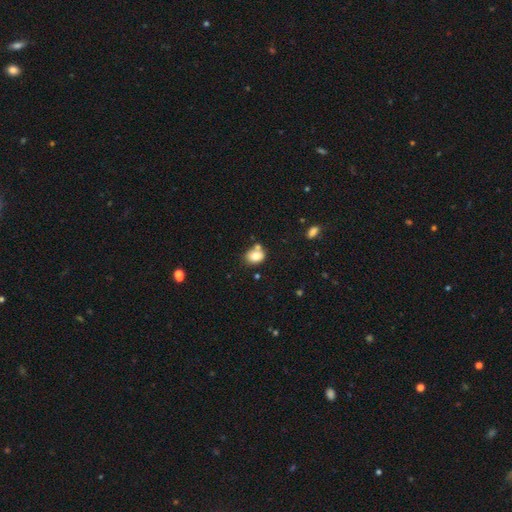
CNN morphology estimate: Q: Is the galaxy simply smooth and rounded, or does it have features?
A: smooth — 80%.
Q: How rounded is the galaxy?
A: in between — 62%.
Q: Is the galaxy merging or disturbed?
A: none — 55%.